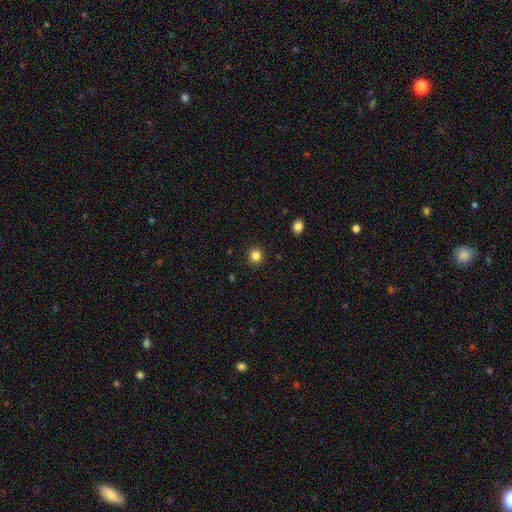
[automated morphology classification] This is clearly a smooth galaxy (84%). How rounded: clearly round (84%). Merging: clearly none (91%).